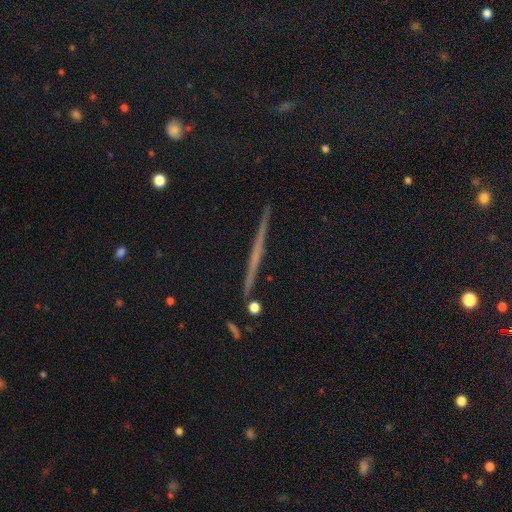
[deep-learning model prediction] This is likely a featured or disk galaxy (61%). It is clearly viewed edge-on (97%). Edge-on bulge: likely none (69%). Merging: clearly none (90%).